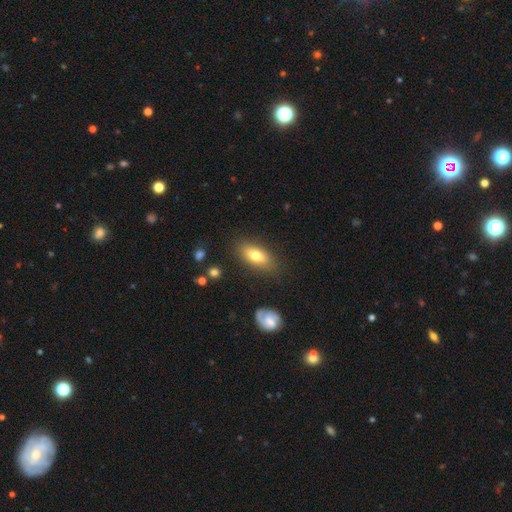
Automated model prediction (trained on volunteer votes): Q: Smooth or featured?
A: smooth (72%); runner-up: featured or disk (20%)
Q: How rounded?
A: in between (82%); runner-up: cigar-shaped (13%)
Q: Merging?
A: none (82%); runner-up: minor disturbance (12%)